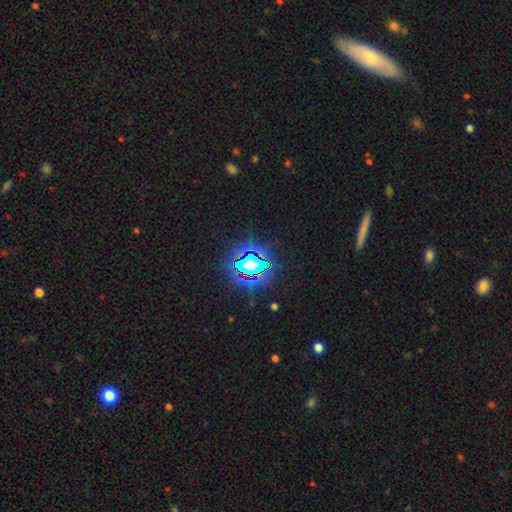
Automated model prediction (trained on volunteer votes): This is likely a star or artifact rather than a galaxy (78%).